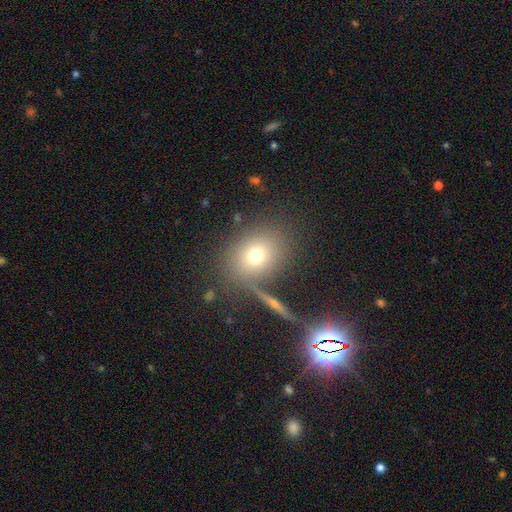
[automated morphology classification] Smooth or featured? Predicted: smooth (p=0.68). How rounded? Predicted: round (p=0.54). Merging? Predicted: none (p=0.75).